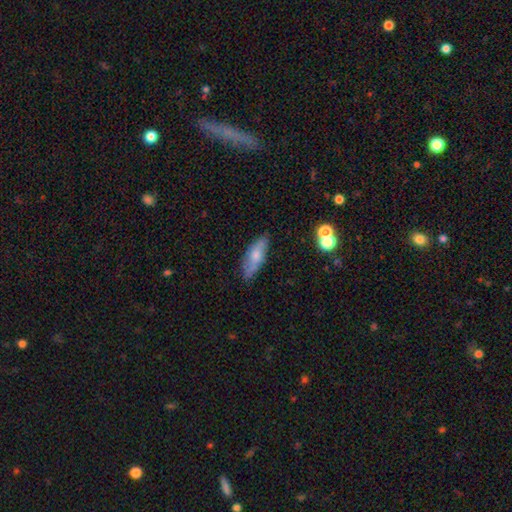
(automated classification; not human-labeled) A smooth galaxy with no disk features (60%) that is in between round and cigar-shaped (57%).

Vote fractions:
- Smooth or featured? smooth: 60% / featured or disk: 33% / star or artifact: 7%
- How rounded? in between: 57% / cigar-shaped: 40% / round: 3%
- Merging? none: 80% / minor disturbance: 15% / major disturbance: 3% / merger: 2%